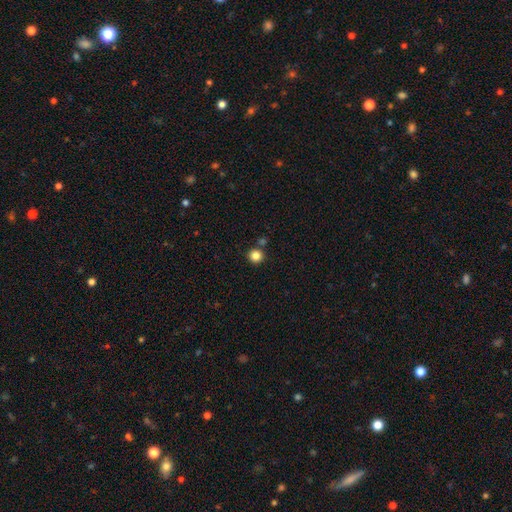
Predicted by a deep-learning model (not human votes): Smooth or featured: smooth — 84% (star or artifact — 12%)
How rounded: round — 94% (in between — 5%)
Merging: none — 82% (merger — 9%)